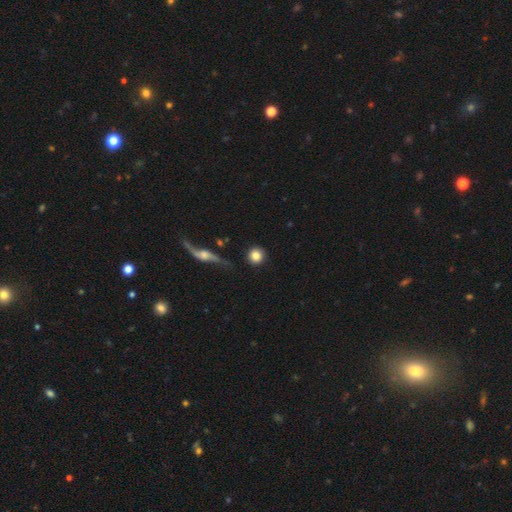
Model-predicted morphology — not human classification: smooth-or-featured: smooth: 82% | featured or disk: 10% | star or artifact: 8%
  how-rounded: round: 94% | in between: 4% | cigar-shaped: 1%
  merging: none: 88% | minor disturbance: 6% | merger: 3% | major disturbance: 3%